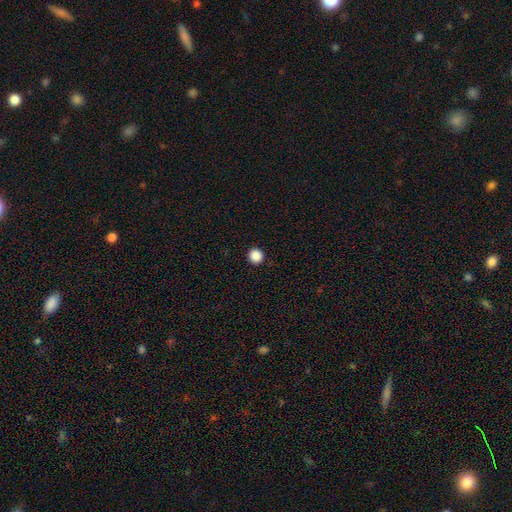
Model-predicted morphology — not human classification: This appears to be a smooth galaxy with no disk features (88%) that is round (95%). Merging: none (94%).